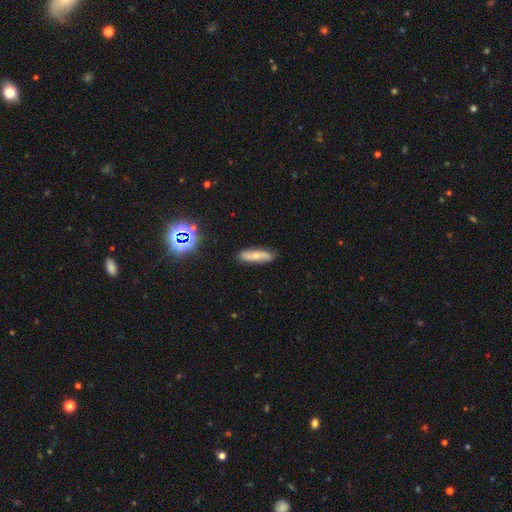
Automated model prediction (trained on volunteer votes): Morphology: type=smooth (58%); roundness=cigar-shaped (59%); merging=none (84%).